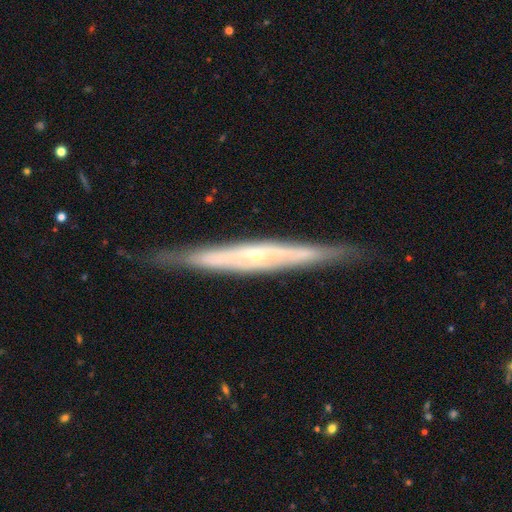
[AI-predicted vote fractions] This appears to be a featured or disk galaxy (77%) viewed edge-on (91%) with a rounded central bulge (48%). Merging: none (84%).